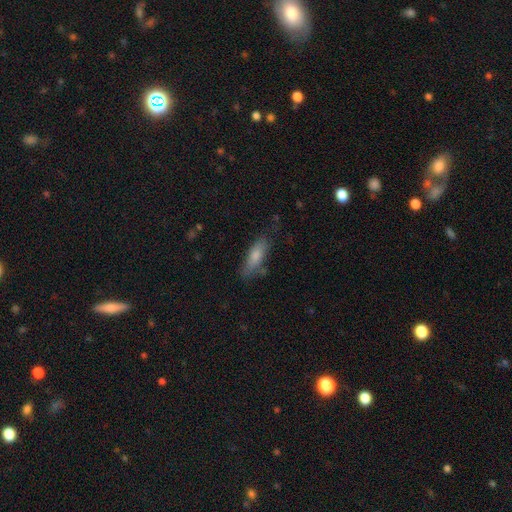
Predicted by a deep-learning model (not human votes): Smooth or featured: smooth — 74% (featured or disk — 19%)
How rounded: in between — 58% (cigar-shaped — 40%)
Merging: none — 64% (minor disturbance — 25%)